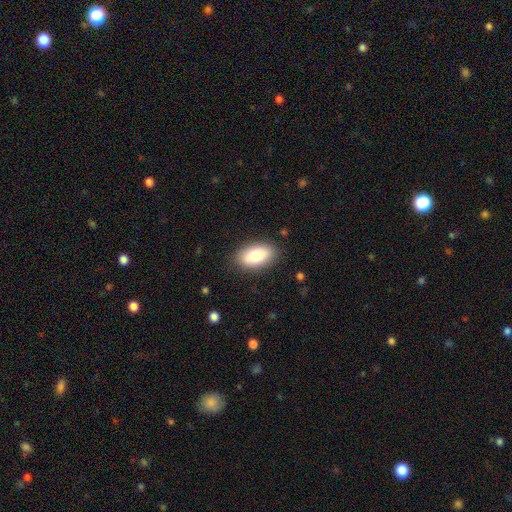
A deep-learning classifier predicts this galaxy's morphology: Smooth or featured: smooth — 80% (featured or disk — 13%)
How rounded: in between — 92% (cigar-shaped — 4%)
Merging: none — 86% (minor disturbance — 10%)